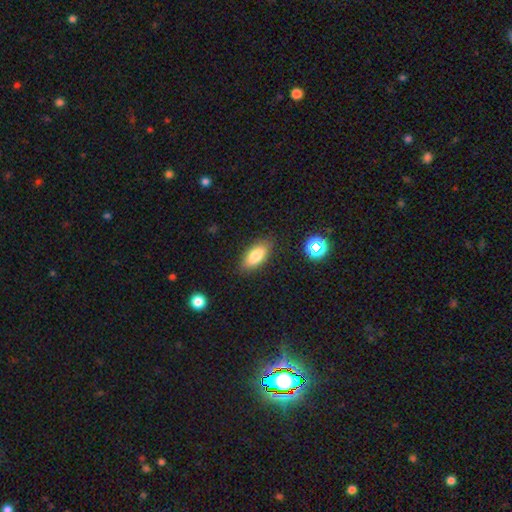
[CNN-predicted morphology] smooth_or_featured: smooth (p=0.82) [alt: featured or disk p=0.10]
how_rounded: in between (p=0.87) [alt: cigar-shaped p=0.10]
merging: none (p=0.84) [alt: minor disturbance p=0.11]